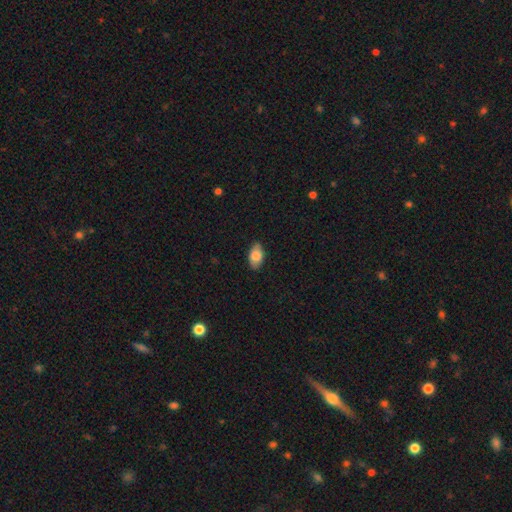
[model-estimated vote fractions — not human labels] The model was most divided on "smooth or featured": smooth: 80%, featured or disk: 13%, star or artifact: 7%. More confident: how rounded — in between (92%); merging — none (86%).